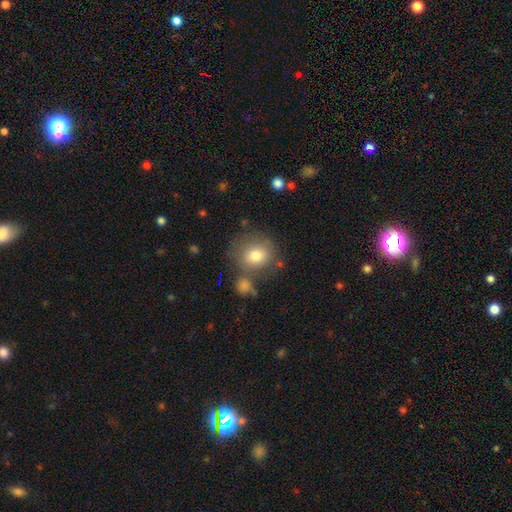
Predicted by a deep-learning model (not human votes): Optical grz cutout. It shows a smooth galaxy with no disk features (79%) that is round (75%). Merging: none (63%).